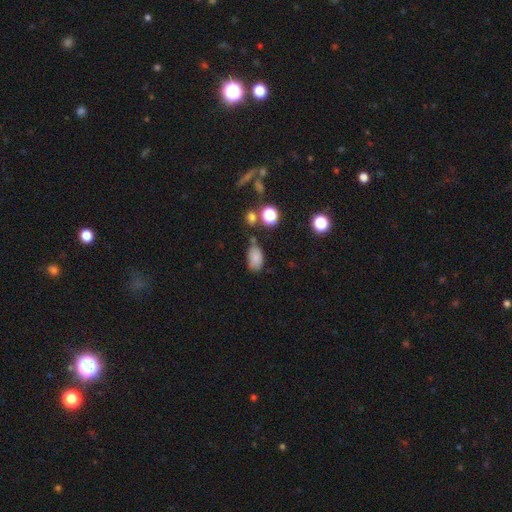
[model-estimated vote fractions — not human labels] Q: Smooth or featured?
A: smooth (80%); runner-up: star or artifact (13%)
Q: How rounded?
A: in between (90%); runner-up: round (8%)
Q: Merging?
A: none (59%); runner-up: minor disturbance (26%)